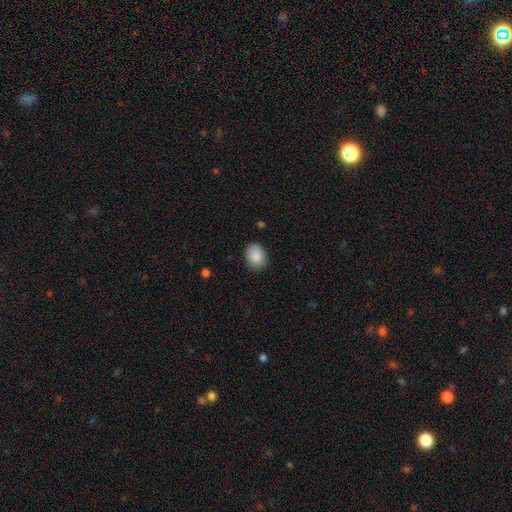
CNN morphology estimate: This appears to be a smooth galaxy with no disk features (89%) that is in between round and cigar-shaped (59%). Merging: none (84%).